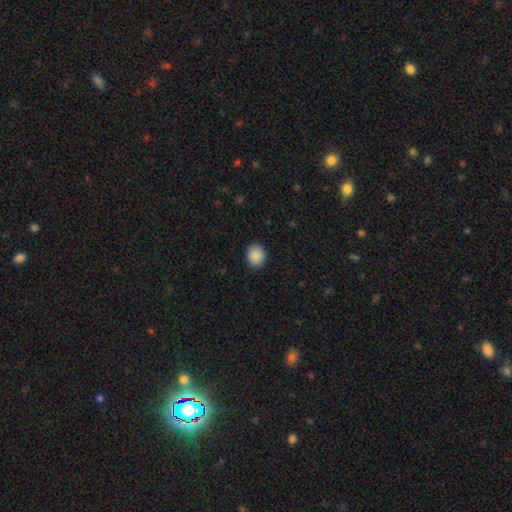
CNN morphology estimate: Smooth or featured?
  - smooth: 90% *
  - star or artifact: 8%
  - featured or disk: 3%
How rounded?
  - round: 72% *
  - in between: 27%
  - cigar-shaped: 1%
Merging?
  - none: 90% *
  - minor disturbance: 7%
  - major disturbance: 2%
  - merger: 1%